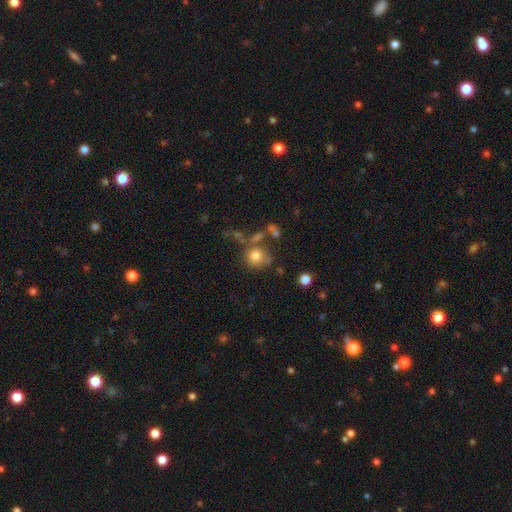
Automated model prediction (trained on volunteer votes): Smooth or featured?
  - smooth: 76% *
  - featured or disk: 12%
  - star or artifact: 12%
How rounded?
  - round: 82% *
  - in between: 17%
  - cigar-shaped: 1%
Merging?
  - none: 53% *
  - merger: 18%
  - minor disturbance: 17%
  - major disturbance: 12%